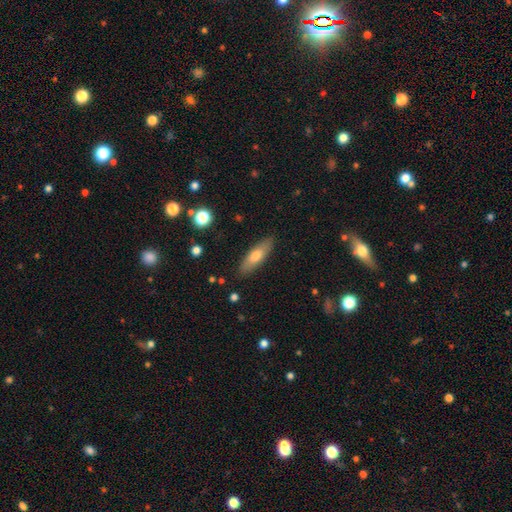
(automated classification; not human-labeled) Smooth or featured?
  - smooth: 66% *
  - featured or disk: 28%
  - star or artifact: 6%
How rounded?
  - cigar-shaped: 52% *
  - in between: 46%
  - round: 2%
Merging?
  - none: 87% *
  - minor disturbance: 10%
  - major disturbance: 2%
  - merger: 1%